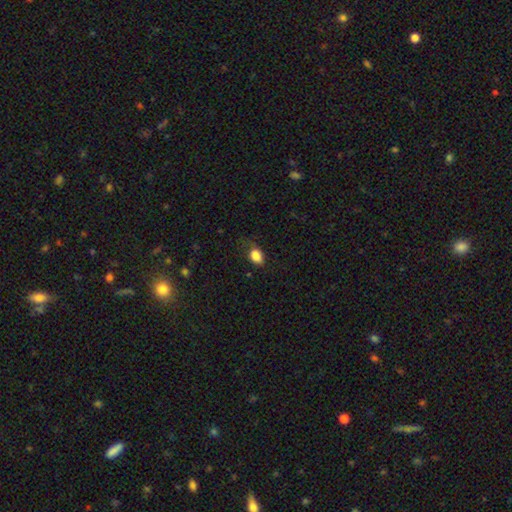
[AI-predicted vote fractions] A smooth galaxy with no disk features (86%) that is in between round and cigar-shaped (82%).

Vote fractions:
- Smooth or featured? smooth: 86% / star or artifact: 9% / featured or disk: 5%
- How rounded? in between: 82% / round: 16% / cigar-shaped: 1%
- Merging? none: 61% / minor disturbance: 27% / major disturbance: 10% / merger: 2%